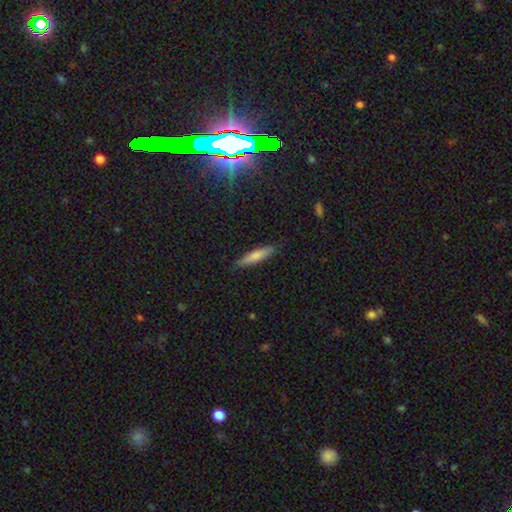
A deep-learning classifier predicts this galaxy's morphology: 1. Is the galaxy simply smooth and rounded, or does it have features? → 74% smooth, 20% featured or disk, 6% star or artifact.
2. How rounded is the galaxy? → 83% cigar-shaped, 16% in between, 1% round.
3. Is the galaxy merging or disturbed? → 86% none, 10% minor disturbance, 2% major disturbance, 1% merger.